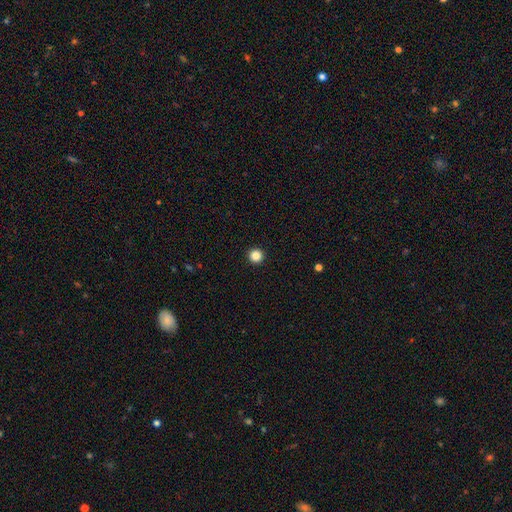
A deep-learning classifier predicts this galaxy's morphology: type=smooth (86%); roundness=round (97%); merging=none (94%).